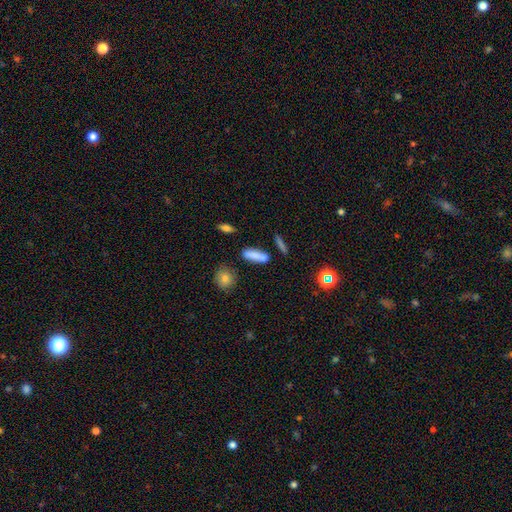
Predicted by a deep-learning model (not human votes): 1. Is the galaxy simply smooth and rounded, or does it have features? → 81% smooth, 10% featured or disk, 9% star or artifact.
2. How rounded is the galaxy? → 54% cigar-shaped, 43% in between, 3% round.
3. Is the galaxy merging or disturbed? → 74% none, 13% minor disturbance, 10% merger, 4% major disturbance.